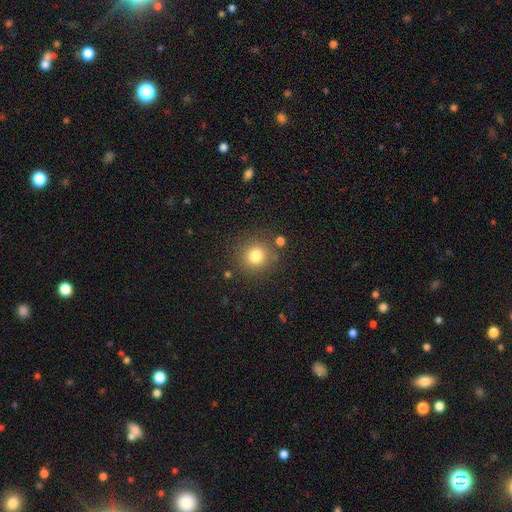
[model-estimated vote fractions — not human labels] This is likely a smooth galaxy (79%). How rounded: clearly round (92%). Merging: clearly none (84%).